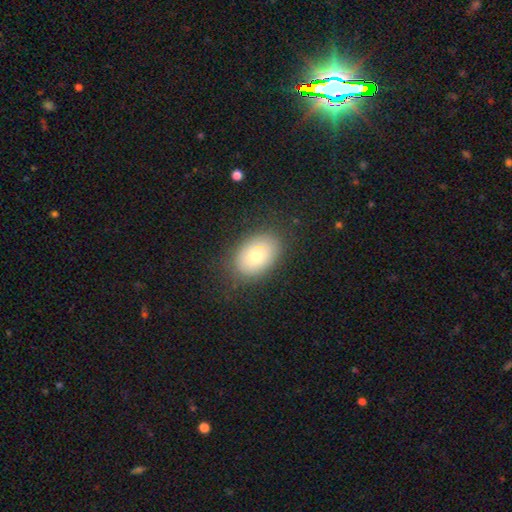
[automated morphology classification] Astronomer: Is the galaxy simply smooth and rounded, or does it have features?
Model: smooth — 73%.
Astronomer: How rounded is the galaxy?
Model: in between — 80%.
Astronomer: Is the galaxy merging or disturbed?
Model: none — 84%.